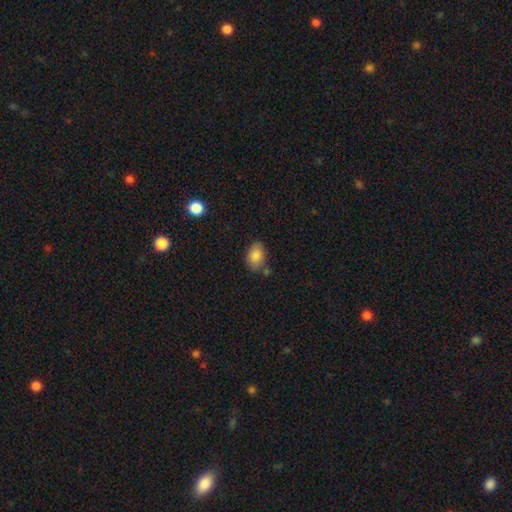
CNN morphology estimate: type=smooth (85%); roundness=in between (83%); merging=none (68%).